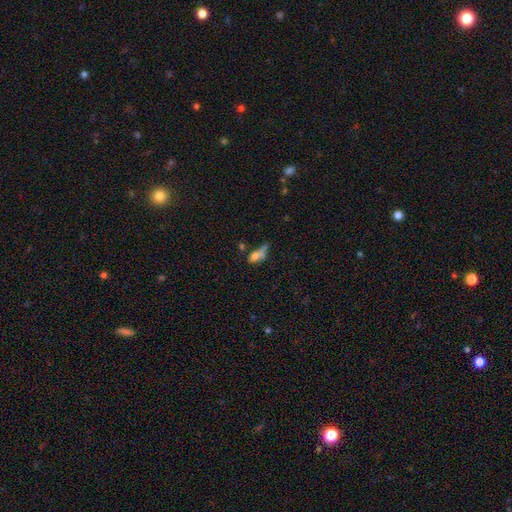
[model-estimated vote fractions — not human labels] Smooth or featured? smooth (62%)
How rounded? in between (69%)
Merging? merger (29%)